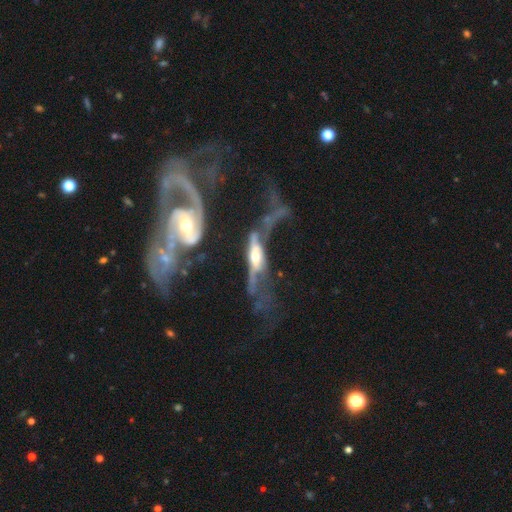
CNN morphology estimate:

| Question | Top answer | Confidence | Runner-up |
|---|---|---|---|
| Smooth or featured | featured or disk | 76% | smooth (17%) |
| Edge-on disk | no | 51% | yes (49%) |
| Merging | major disturbance | 39% | merger (30%) |